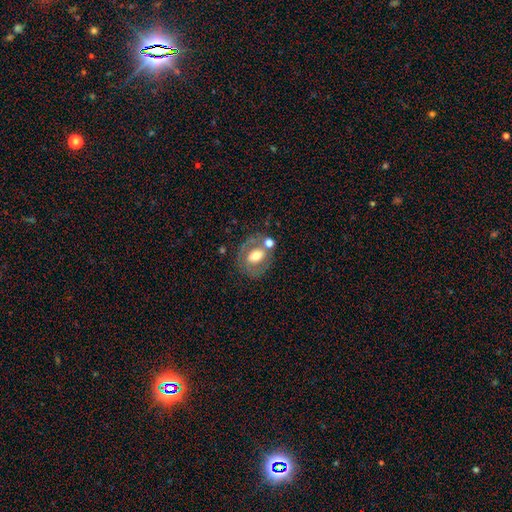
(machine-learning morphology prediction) Smooth or featured? Predicted: featured or disk (p=0.51). Edge-on disk? Predicted: no (p=0.93). Merging? Predicted: none (p=0.58).